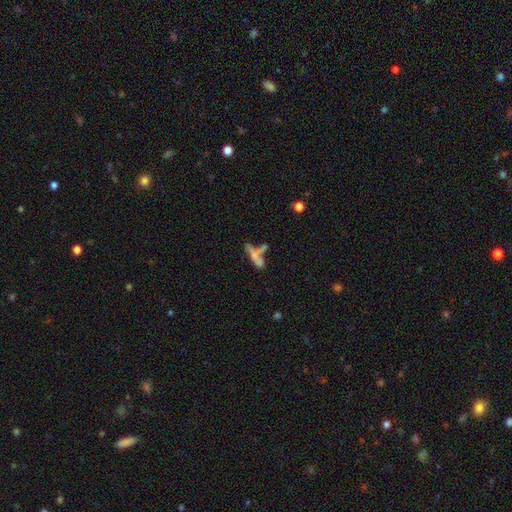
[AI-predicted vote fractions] Smooth or featured: smooth — 48% (featured or disk — 39%)
Merging: merger — 45% (none — 30%)